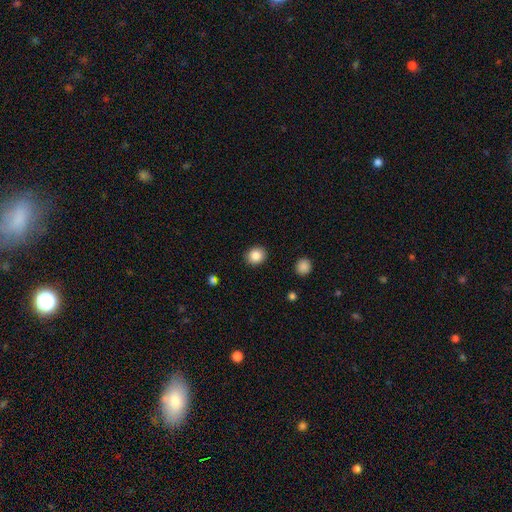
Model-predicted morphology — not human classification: A smooth galaxy with no disk features (86%) that is round (77%).

Vote fractions:
- Smooth or featured? smooth: 86% / star or artifact: 9% / featured or disk: 5%
- How rounded? round: 77% / in between: 22% / cigar-shaped: 1%
- Merging? none: 90% / minor disturbance: 7% / major disturbance: 2% / merger: 1%